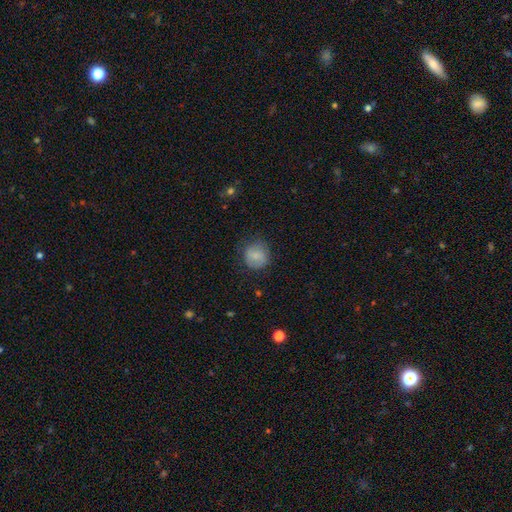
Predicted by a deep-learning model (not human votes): Morphology: type=smooth (81%); roundness=round (87%); merging=none (73%).